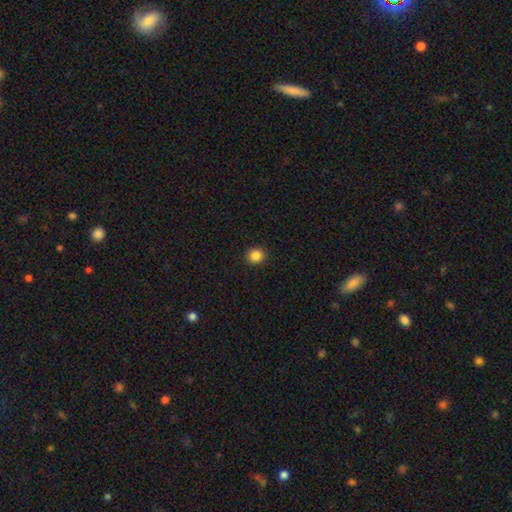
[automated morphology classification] Smooth or featured: smooth — 86% (star or artifact — 11%)
How rounded: round — 85% (in between — 14%)
Merging: none — 92% (minor disturbance — 5%)